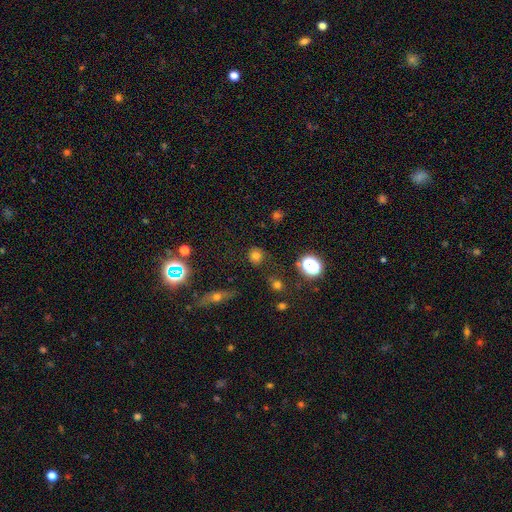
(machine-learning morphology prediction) Overall: smooth (72%). How rounded: round (83%). Merging: none (80%).